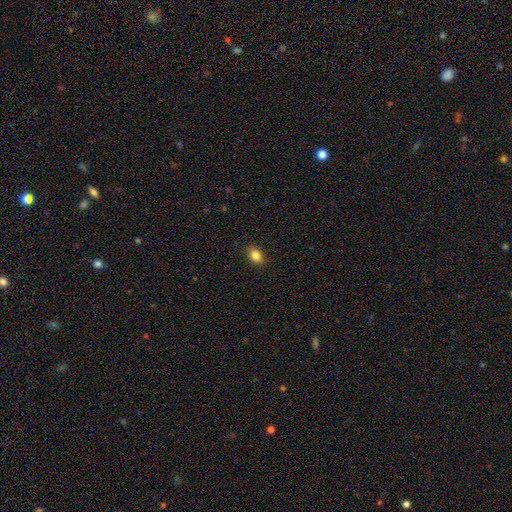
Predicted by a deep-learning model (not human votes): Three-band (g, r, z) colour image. It shows a smooth galaxy with no disk features (84%) that is in between round and cigar-shaped (75%). Merging: none (88%).